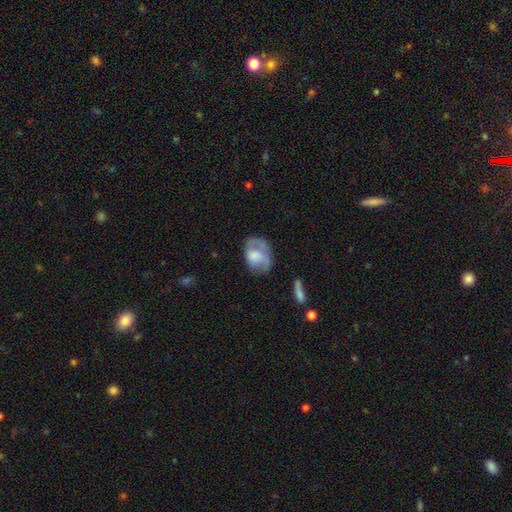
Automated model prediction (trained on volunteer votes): Overall: featured or disk (48%; smooth 44%). Merging: none (46%; minor disturbance 28%).